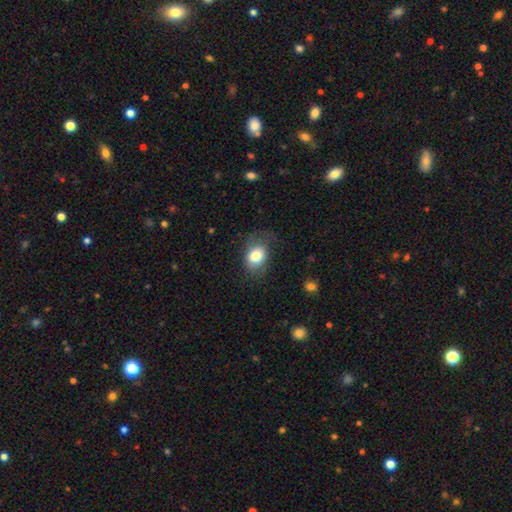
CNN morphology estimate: The model was most divided on "how rounded": in between: 65%, round: 34%, cigar-shaped: 1%. More confident: smooth or featured — smooth (77%); merging — none (63%).